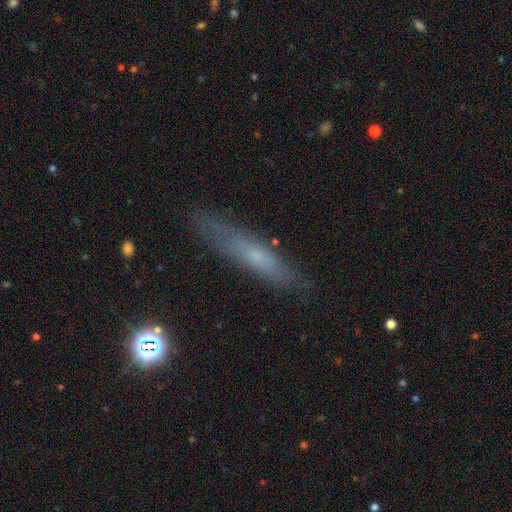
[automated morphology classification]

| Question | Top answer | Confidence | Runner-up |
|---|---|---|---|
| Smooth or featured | smooth | 48% | featured or disk (41%) |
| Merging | none | 78% | minor disturbance (16%) |